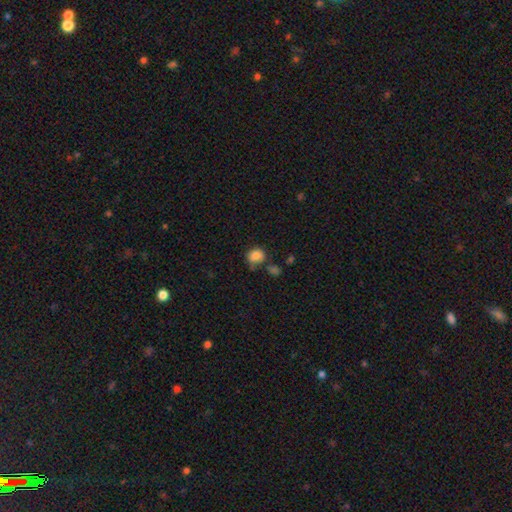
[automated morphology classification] Smooth or featured?
  - smooth: 84% *
  - star or artifact: 10%
  - featured or disk: 6%
How rounded?
  - round: 74% *
  - in between: 25%
  - cigar-shaped: 1%
Merging?
  - none: 57% *
  - minor disturbance: 21%
  - merger: 14%
  - major disturbance: 8%